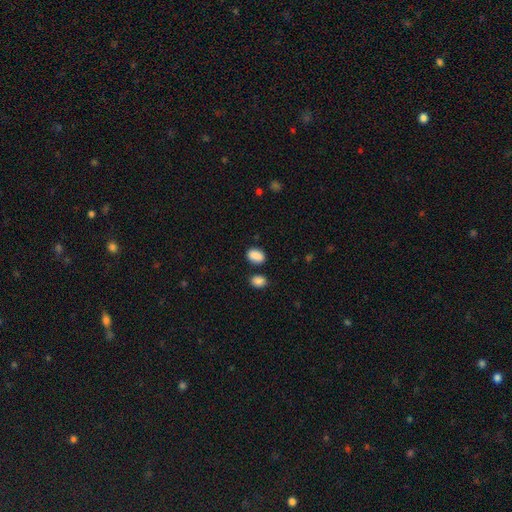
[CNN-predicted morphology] A smooth galaxy with no disk features (89%) that is in between round and cigar-shaped (81%). Merging: none (78%).